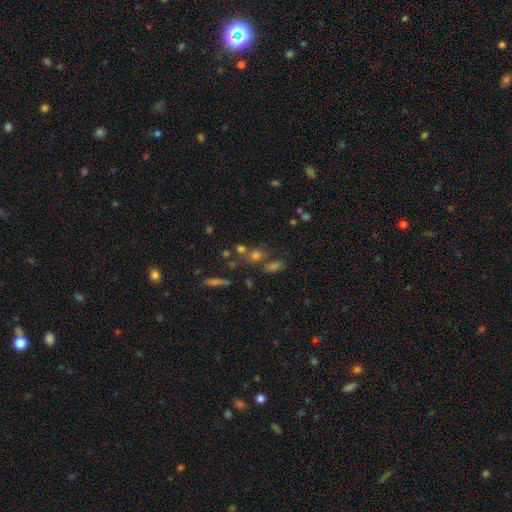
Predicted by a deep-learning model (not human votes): A smooth galaxy with no disk features (52%) that is round (60%).

Vote fractions:
- Smooth or featured? smooth: 52% / star or artifact: 34% / featured or disk: 15%
- How rounded? round: 60% / in between: 35% / cigar-shaped: 5%
- Merging? none: 56% / merger: 27% / minor disturbance: 11% / major disturbance: 6%